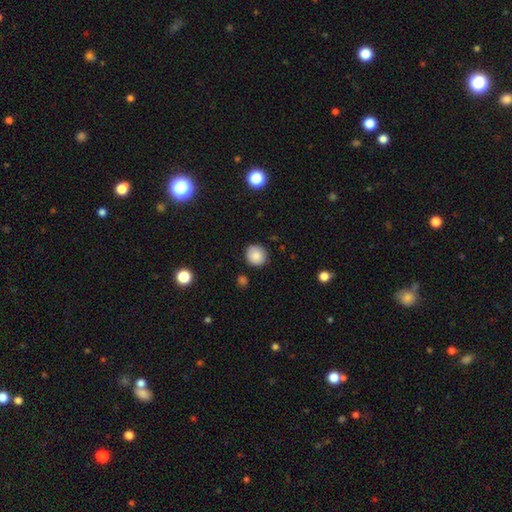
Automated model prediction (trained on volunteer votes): Smooth or featured: smooth — 84% (star or artifact — 9%)
How rounded: round — 86% (in between — 13%)
Merging: none — 86% (minor disturbance — 10%)